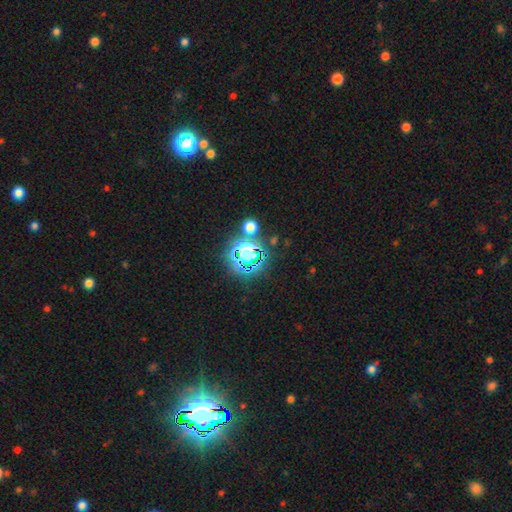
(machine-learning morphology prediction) Q: Smooth or featured?
A: star or artifact (78%); runner-up: smooth (14%)